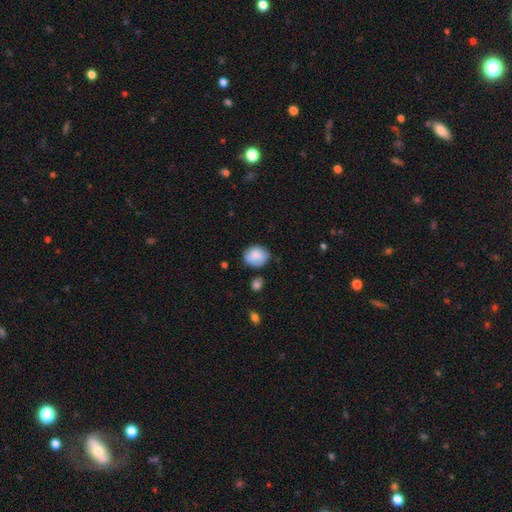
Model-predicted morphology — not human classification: This is likely a smooth galaxy (78%). How rounded: likely round (62%). Merging: likely none (63%).